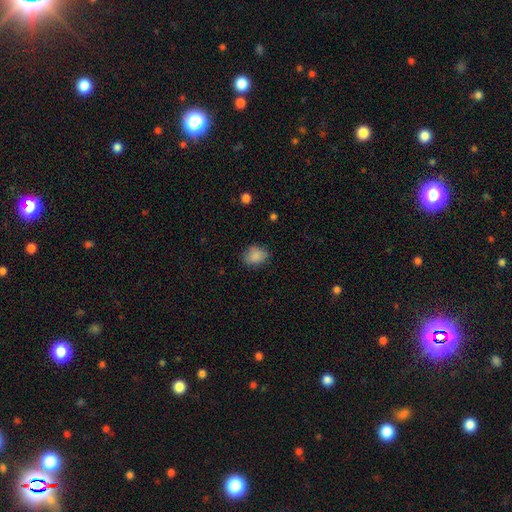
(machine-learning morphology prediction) The model was most divided on "how rounded": in between: 60%, round: 39%, cigar-shaped: 1%. More confident: smooth or featured — smooth (86%); merging — none (77%).